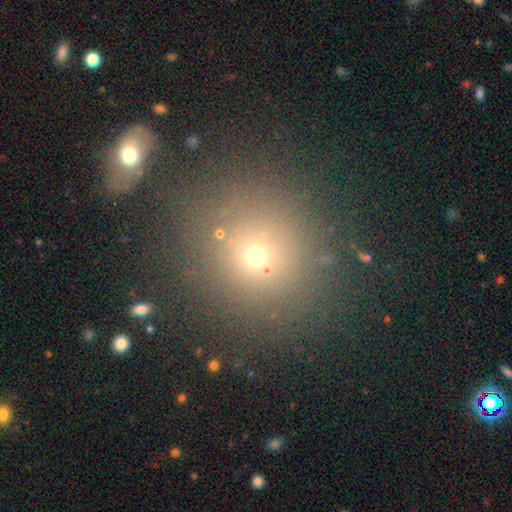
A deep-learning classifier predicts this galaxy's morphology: Overall: smooth (62%; star or artifact 26%). How rounded: round (88%). Merging: none (75%).